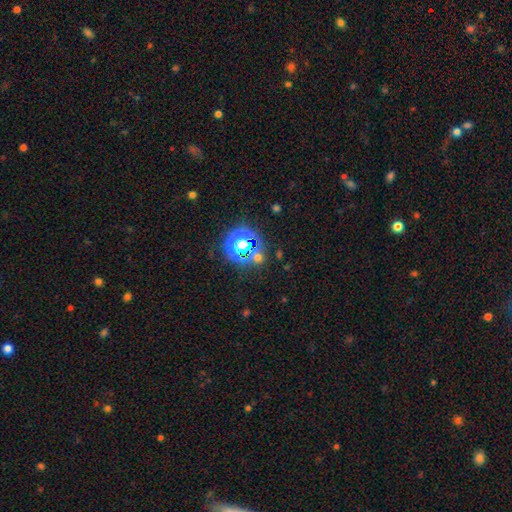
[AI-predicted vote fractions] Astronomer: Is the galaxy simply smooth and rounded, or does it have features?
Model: star or artifact — 65%.